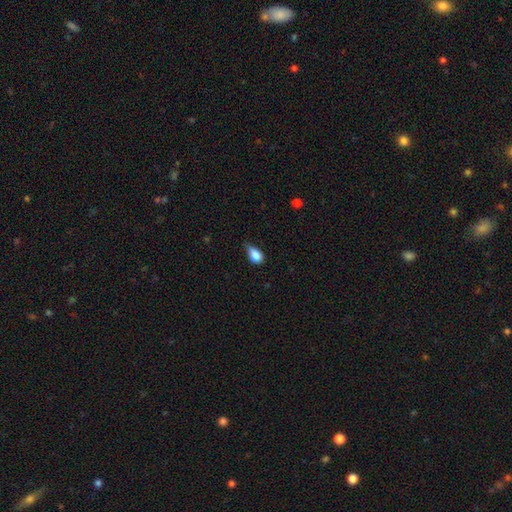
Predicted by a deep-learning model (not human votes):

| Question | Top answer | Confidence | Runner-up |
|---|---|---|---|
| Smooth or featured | smooth | 84% | star or artifact (9%) |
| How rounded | in between | 78% | round (19%) |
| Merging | minor disturbance | 51% | none (33%) |